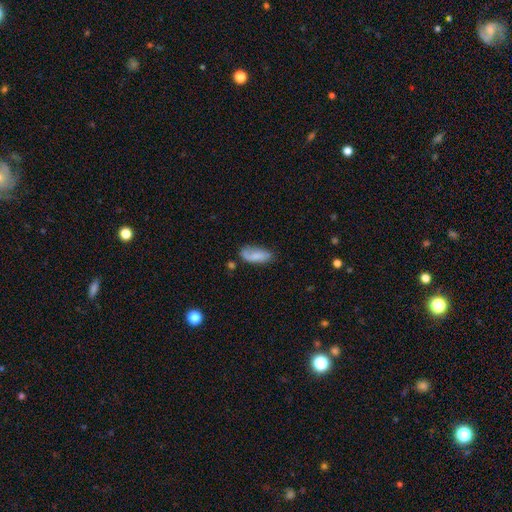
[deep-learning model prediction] smooth 69%, featured or disk 23%, star or artifact 8%. Down the decision tree: how rounded — in between (83%); merging — none (54%).